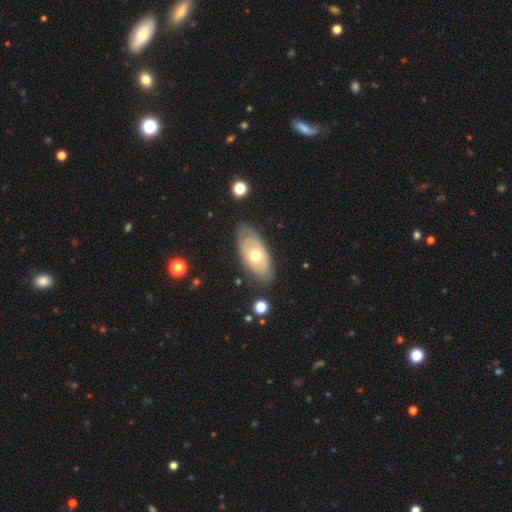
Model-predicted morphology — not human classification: Smooth or featured? Predicted: featured or disk (p=0.54). Edge-on disk? Predicted: no (p=0.86). Merging? Predicted: none (p=0.78).